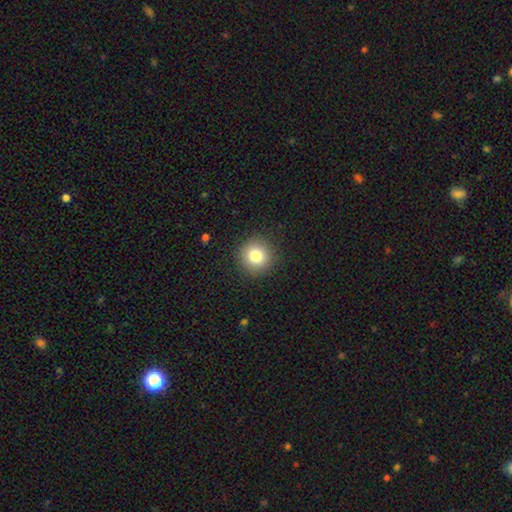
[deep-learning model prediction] This is clearly a smooth galaxy (81%). How rounded: clearly round (94%). Merging: clearly none (91%).